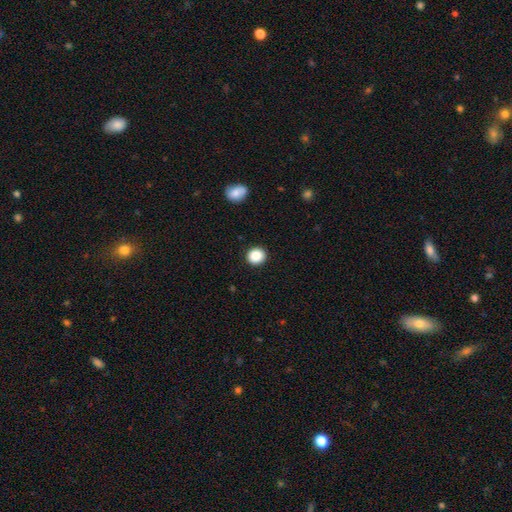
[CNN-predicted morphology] Smooth or featured: smooth — 88% (star or artifact — 9%)
How rounded: round — 85% (in between — 14%)
Merging: none — 92% (minor disturbance — 5%)